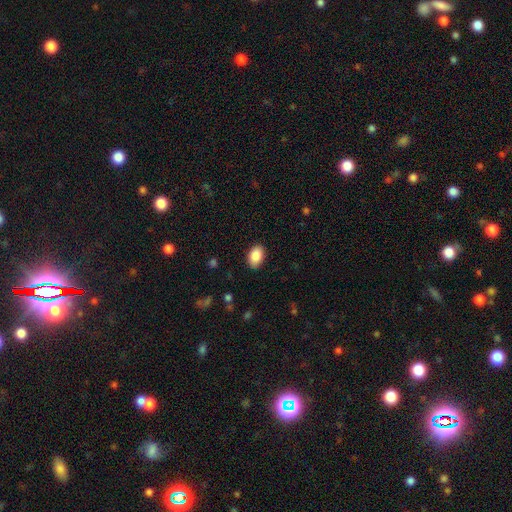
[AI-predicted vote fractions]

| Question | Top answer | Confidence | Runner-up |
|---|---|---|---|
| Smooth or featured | smooth | 89% | star or artifact (7%) |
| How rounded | in between | 88% | round (10%) |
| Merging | none | 87% | minor disturbance (9%) |